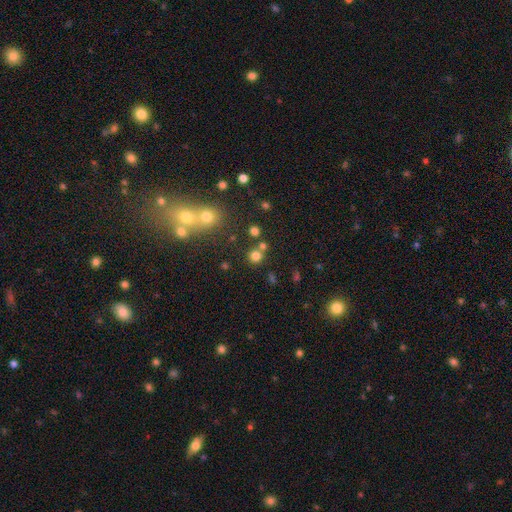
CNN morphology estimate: Smooth or featured?
  - smooth: 74% *
  - star or artifact: 19%
  - featured or disk: 7%
How rounded?
  - round: 90% *
  - in between: 9%
  - cigar-shaped: 1%
Merging?
  - none: 70% *
  - merger: 20%
  - minor disturbance: 7%
  - major disturbance: 3%